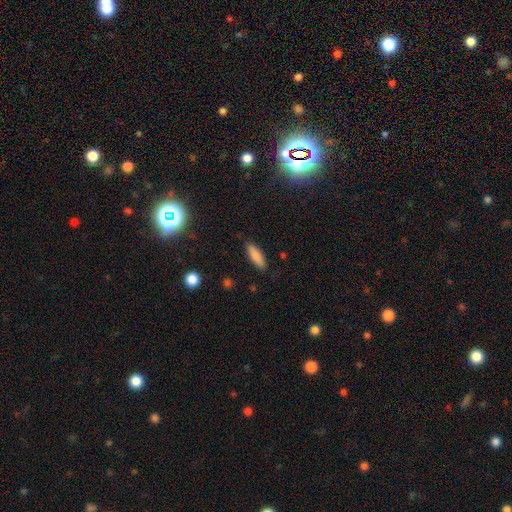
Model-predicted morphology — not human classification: Overall: smooth (83%). How rounded: cigar-shaped (51%; in between 47%). Merging: none (87%).